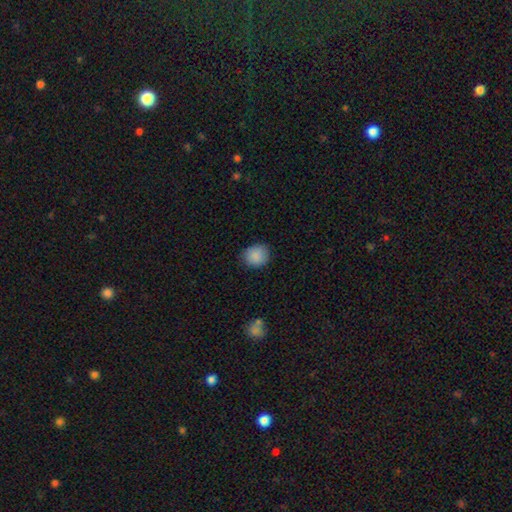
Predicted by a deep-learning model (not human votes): The model was most divided on "how rounded": round: 74%, in between: 25%, cigar-shaped: 1%. More confident: smooth or featured — smooth (88%); merging — none (83%).